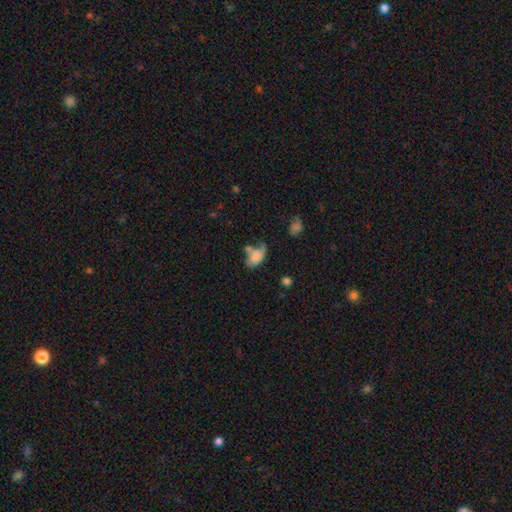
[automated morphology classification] Q: Smooth or featured?
A: smooth (74%); runner-up: featured or disk (16%)
Q: How rounded?
A: in between (90%); runner-up: round (8%)
Q: Merging?
A: none (29%); runner-up: merger (25%)